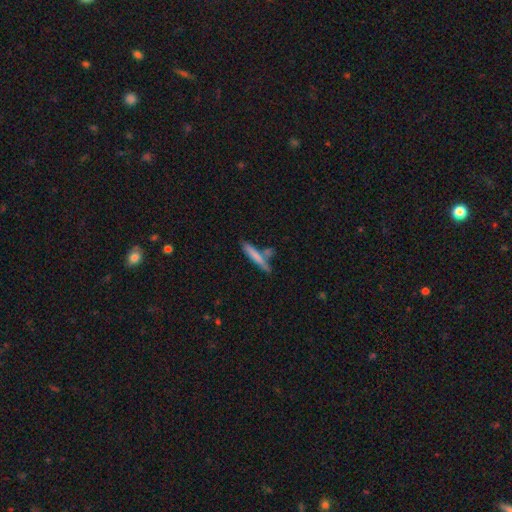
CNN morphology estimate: Smooth or featured? Predicted: smooth (p=0.71). How rounded? Predicted: cigar-shaped (p=0.92). Merging? Predicted: none (p=0.67).